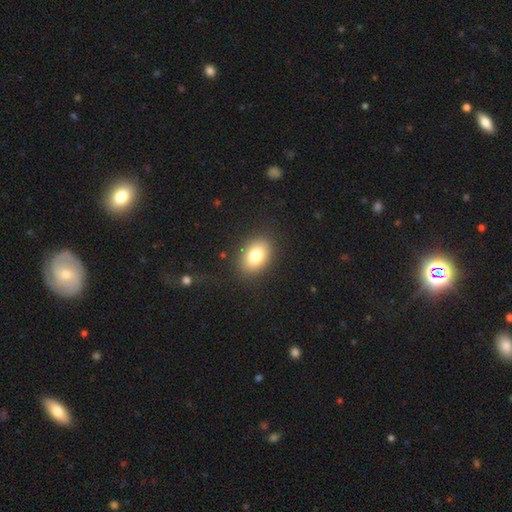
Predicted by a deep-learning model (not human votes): smooth 80%, featured or disk 11%, star or artifact 9%. Down the decision tree: how rounded — in between (76%); merging — none (86%).